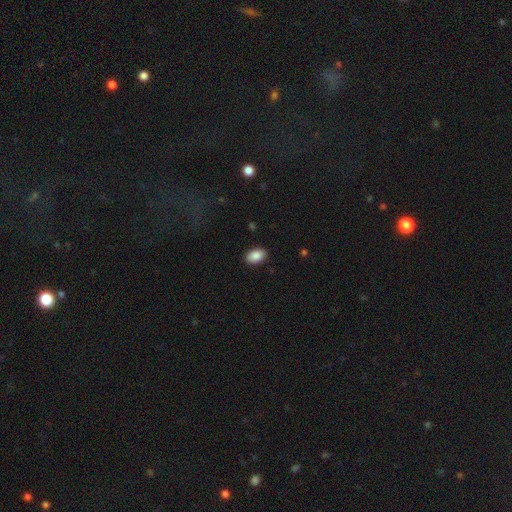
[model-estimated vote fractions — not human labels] This appears to be a smooth galaxy with no disk features (89%) that is in between round and cigar-shaped (90%). Merging: none (89%).